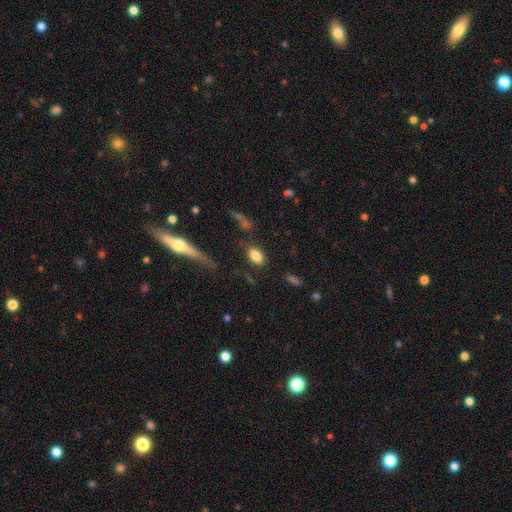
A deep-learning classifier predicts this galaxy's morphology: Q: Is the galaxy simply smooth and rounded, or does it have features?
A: smooth — 82%.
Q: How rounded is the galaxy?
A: in between — 87%.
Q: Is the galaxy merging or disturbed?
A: none — 75%.